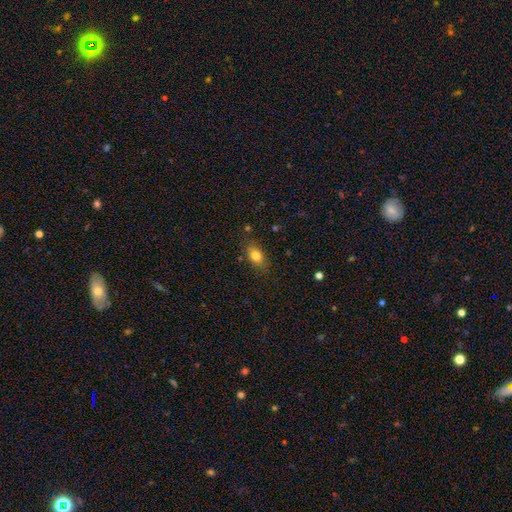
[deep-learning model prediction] Smooth or featured: smooth — 80% (featured or disk — 11%)
How rounded: in between — 80% (round — 16%)
Merging: none — 80% (minor disturbance — 14%)